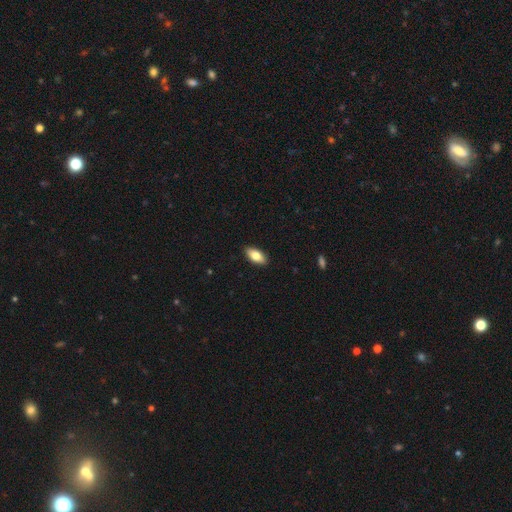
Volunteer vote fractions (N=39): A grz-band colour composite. It shows a smooth galaxy with no disk features (77%) that is in between round and cigar-shaped (97%). Merging: none (97%).